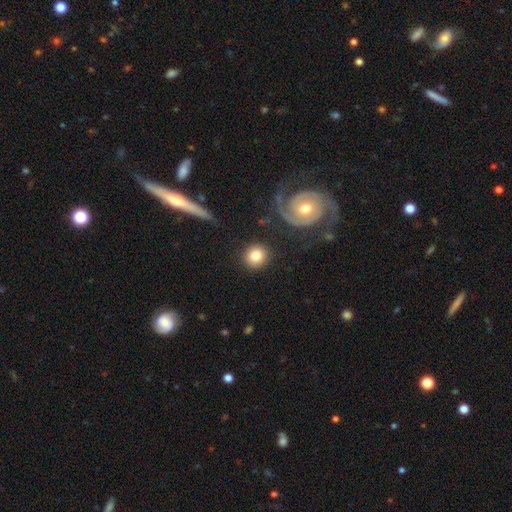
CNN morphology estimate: type=smooth (82%); roundness=round (90%); merging=none (86%).